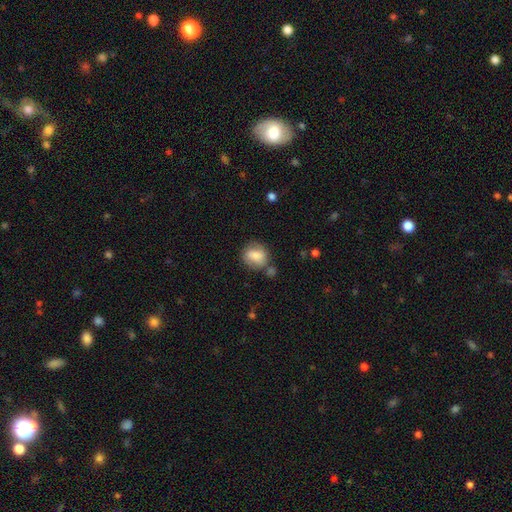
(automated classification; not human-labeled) Smooth or featured? Predicted: smooth (p=0.74). How rounded? Predicted: round (p=0.65). Merging? Predicted: none (p=0.60).